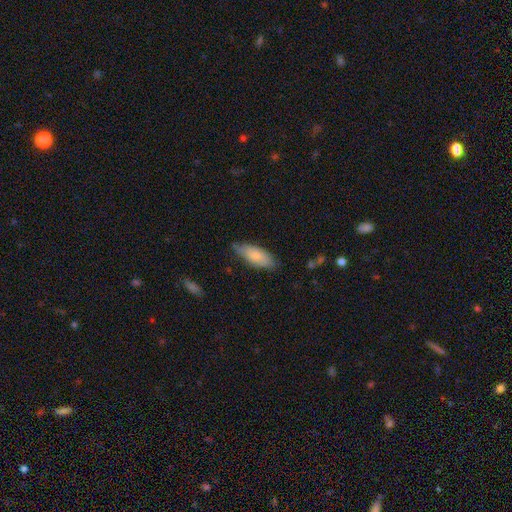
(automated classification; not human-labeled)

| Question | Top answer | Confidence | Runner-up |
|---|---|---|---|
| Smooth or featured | smooth | 78% | featured or disk (16%) |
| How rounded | in between | 78% | cigar-shaped (20%) |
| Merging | none | 68% | minor disturbance (27%) |